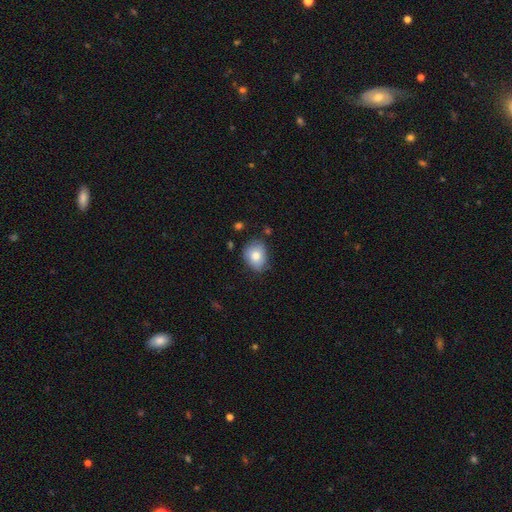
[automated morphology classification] Smooth or featured: smooth — 79% (featured or disk — 13%)
How rounded: in between — 59% (round — 40%)
Merging: none — 69% (minor disturbance — 24%)